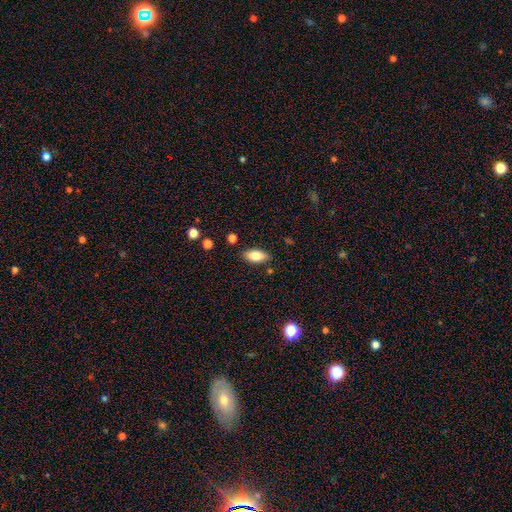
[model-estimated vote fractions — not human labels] Smooth or featured? Predicted: smooth (p=0.81). How rounded? Predicted: in between (p=0.89). Merging? Predicted: none (p=0.85).